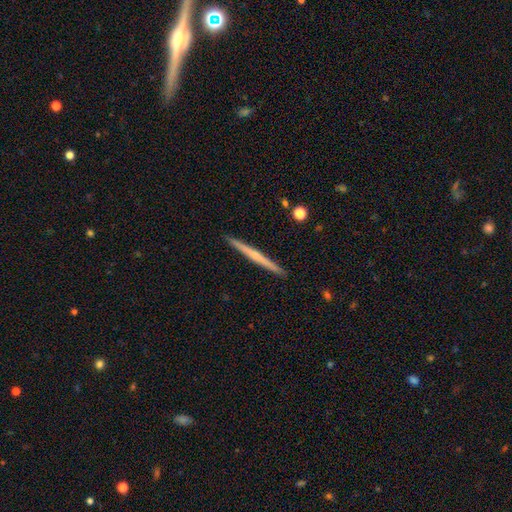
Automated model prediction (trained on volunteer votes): Q: Smooth or featured?
A: featured or disk (64%); runner-up: smooth (30%)
Q: Edge-on disk?
A: yes (98%); runner-up: no (2%)
Q: Edge-on bulge?
A: rounded (50%); runner-up: none (45%)
Q: Merging?
A: none (93%); runner-up: minor disturbance (5%)